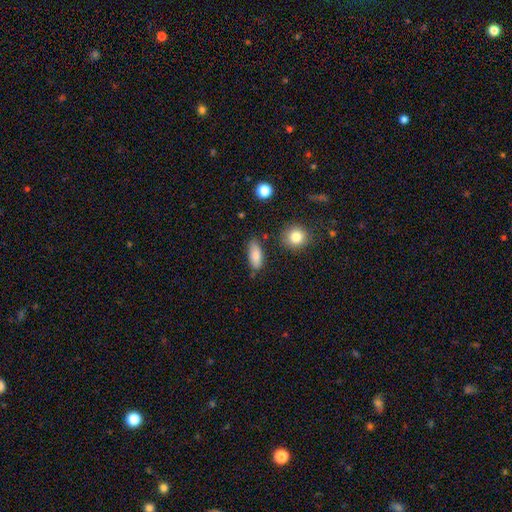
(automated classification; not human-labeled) Smooth or featured: smooth — 82% (featured or disk — 10%)
How rounded: in between — 81% (cigar-shaped — 14%)
Merging: none — 75% (minor disturbance — 17%)